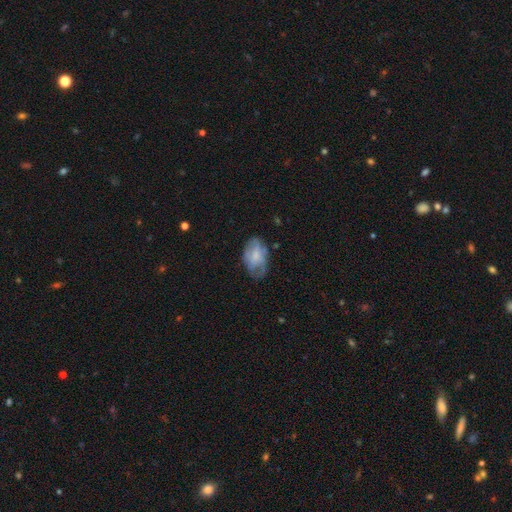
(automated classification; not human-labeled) Morphology: type=smooth (53%); roundness=in between (90%); merging=none (50%).